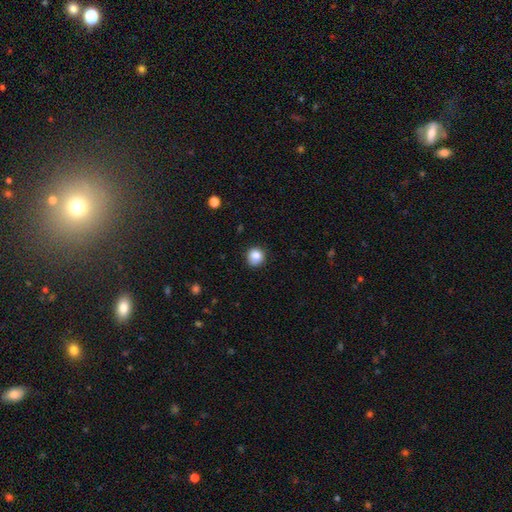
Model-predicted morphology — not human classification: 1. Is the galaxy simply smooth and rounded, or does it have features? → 85% smooth, 10% star or artifact, 5% featured or disk.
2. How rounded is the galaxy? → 90% round, 9% in between, 1% cigar-shaped.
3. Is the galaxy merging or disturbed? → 84% none, 12% minor disturbance, 3% major disturbance, 1% merger.